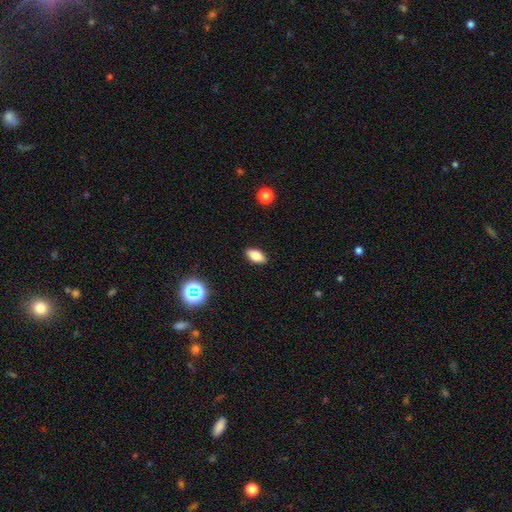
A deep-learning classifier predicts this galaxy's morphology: Overall: smooth (82%). How rounded: in between (89%). Merging: none (89%).